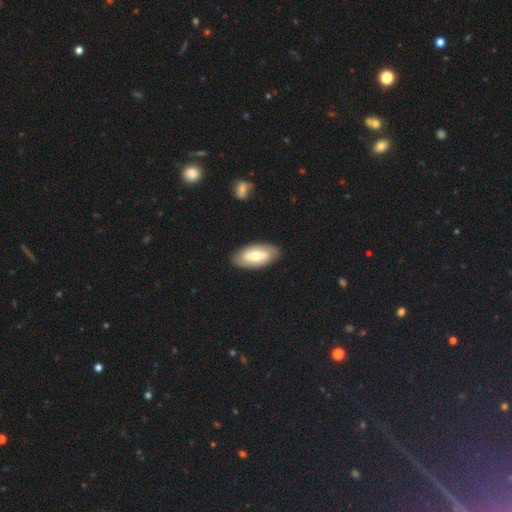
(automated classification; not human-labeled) Smooth or featured?
  - smooth: 57% *
  - featured or disk: 38%
  - star or artifact: 5%
How rounded?
  - in between: 92% *
  - cigar-shaped: 5%
  - round: 3%
Merging?
  - none: 86% *
  - minor disturbance: 10%
  - major disturbance: 2%
  - merger: 2%